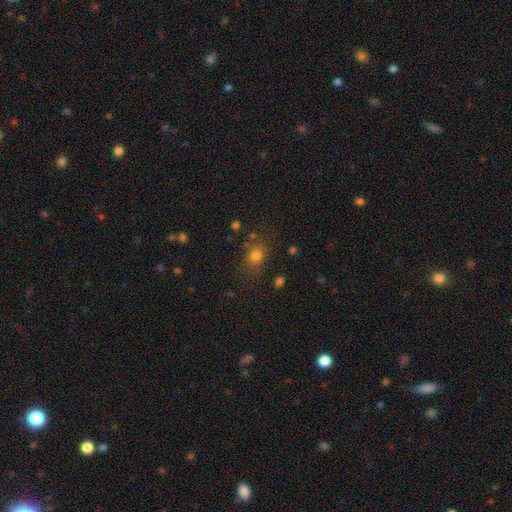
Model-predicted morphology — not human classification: type=smooth (76%); roundness=round (55%); merging=none (76%).